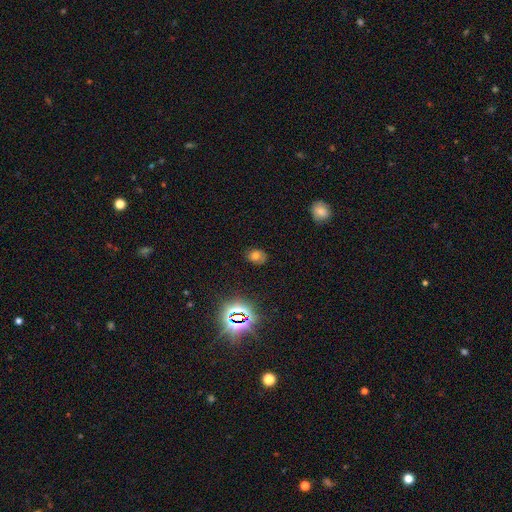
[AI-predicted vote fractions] A smooth galaxy with no disk features (64%) that is in between round and cigar-shaped (59%). Merging: none (76%).